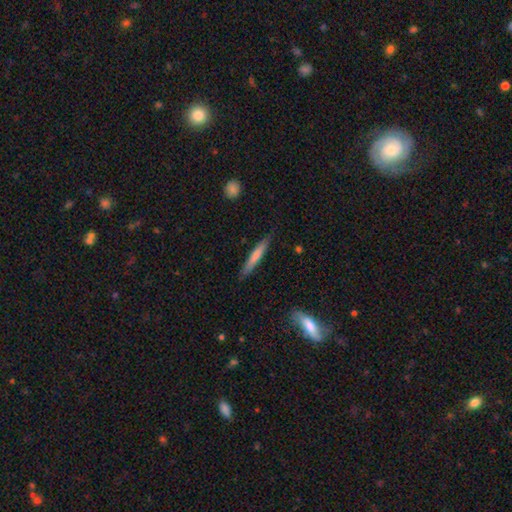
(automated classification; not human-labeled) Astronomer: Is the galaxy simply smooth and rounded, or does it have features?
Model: smooth — 68%.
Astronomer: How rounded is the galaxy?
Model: cigar-shaped — 94%.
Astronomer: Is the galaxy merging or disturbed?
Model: none — 86%.